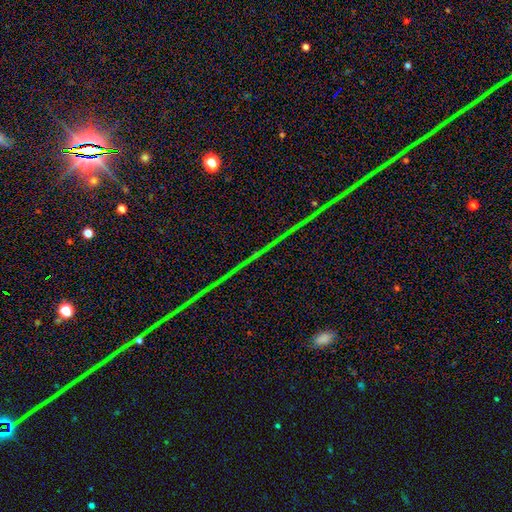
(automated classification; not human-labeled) Smooth or featured? star or artifact (85%)